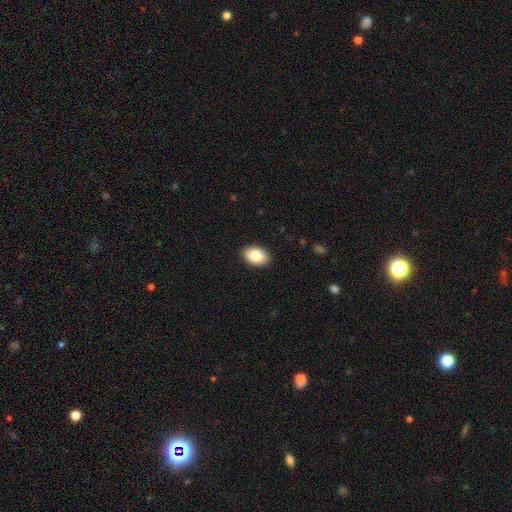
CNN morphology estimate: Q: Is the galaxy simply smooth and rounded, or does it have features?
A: smooth — 85%.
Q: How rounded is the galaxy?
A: in between — 88%.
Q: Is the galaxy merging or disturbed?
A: none — 90%.